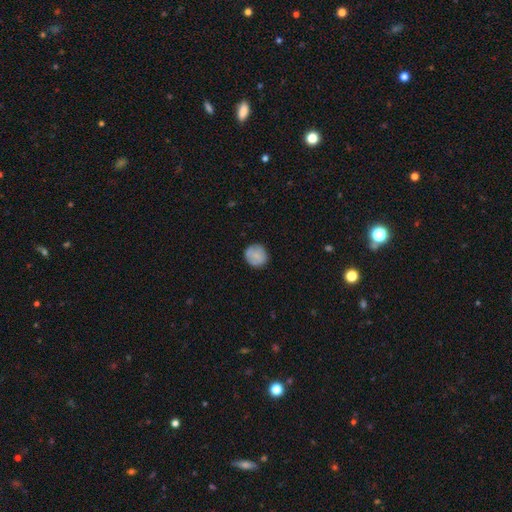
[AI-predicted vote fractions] smooth-or-featured: smooth: 76% | featured or disk: 17% | star or artifact: 7%
  how-rounded: round: 89% | in between: 10% | cigar-shaped: 1%
  merging: none: 84% | minor disturbance: 12% | major disturbance: 3% | merger: 1%